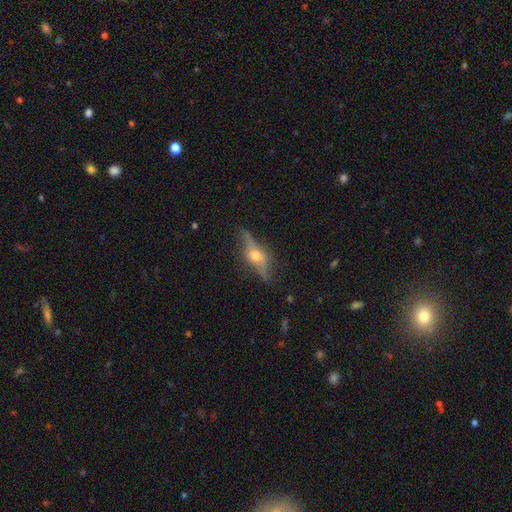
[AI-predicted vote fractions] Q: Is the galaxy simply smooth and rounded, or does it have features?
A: featured or disk — 76%.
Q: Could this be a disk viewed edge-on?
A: yes — 88%.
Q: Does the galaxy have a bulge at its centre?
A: rounded — 96%.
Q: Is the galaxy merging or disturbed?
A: none — 77%.